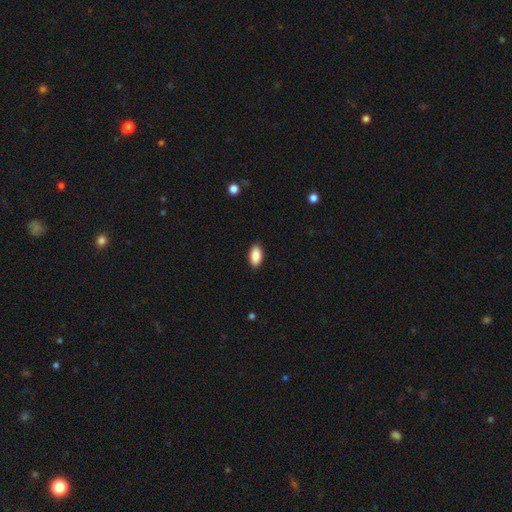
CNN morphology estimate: A smooth galaxy with no disk features (90%) that is in between round and cigar-shaped (94%).

Vote fractions:
- Smooth or featured? smooth: 90% / star or artifact: 7% / featured or disk: 4%
- How rounded? in between: 94% / cigar-shaped: 3% / round: 3%
- Merging? none: 89% / minor disturbance: 8% / major disturbance: 2% / merger: 1%